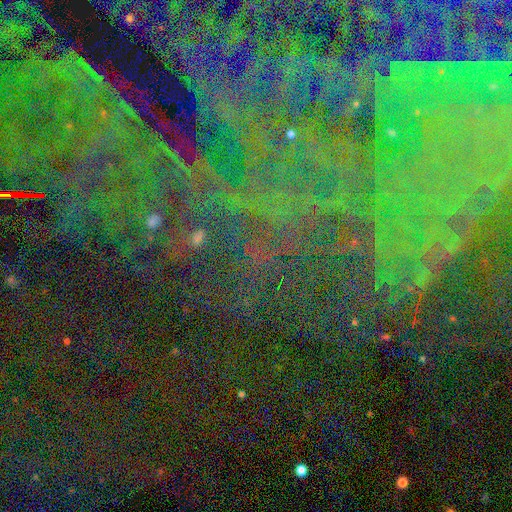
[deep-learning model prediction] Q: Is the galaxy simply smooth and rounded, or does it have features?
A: star or artifact — 83%.